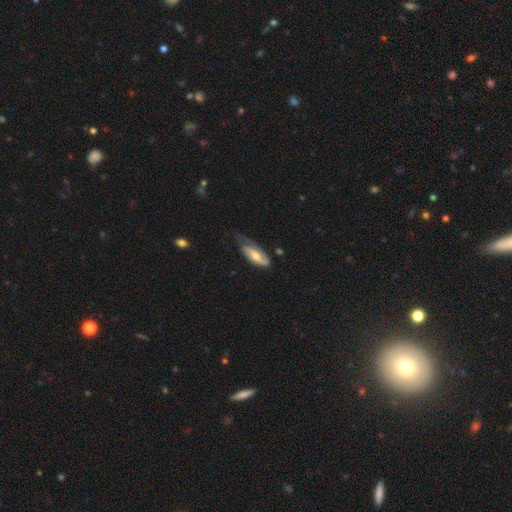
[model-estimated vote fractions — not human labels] Smooth or featured?
  - featured or disk: 57% *
  - smooth: 38%
  - star or artifact: 6%
Edge-on disk?
  - no: 82% *
  - yes: 18%
Merging?
  - none: 39% *
  - minor disturbance: 35%
  - major disturbance: 23%
  - merger: 2%